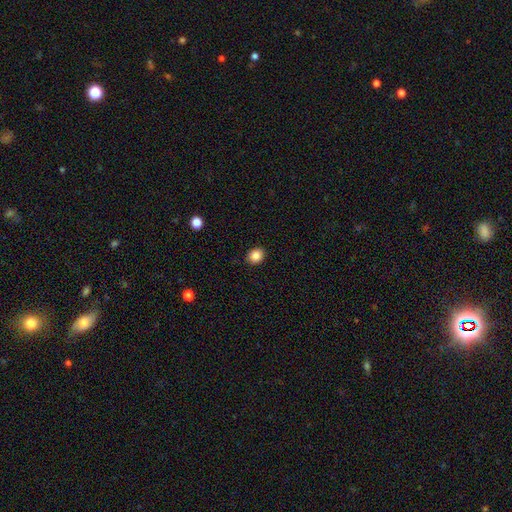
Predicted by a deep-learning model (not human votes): Smooth or featured?
  - smooth: 86% *
  - star or artifact: 10%
  - featured or disk: 4%
How rounded?
  - round: 58% *
  - in between: 41%
  - cigar-shaped: 1%
Merging?
  - none: 90% *
  - minor disturbance: 7%
  - major disturbance: 2%
  - merger: 1%